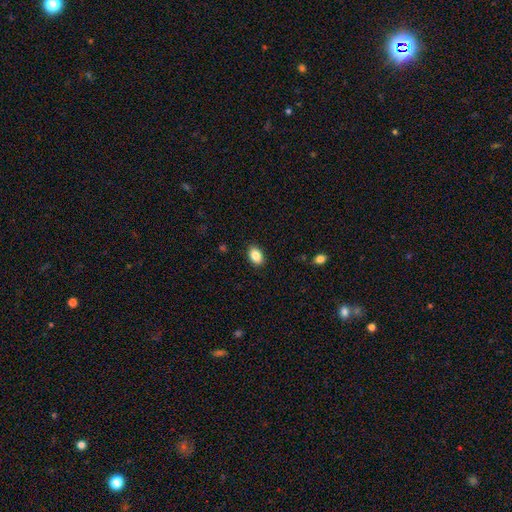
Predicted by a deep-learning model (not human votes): This is clearly a smooth galaxy (87%). How rounded: clearly in between (87%). Merging: clearly none (89%).